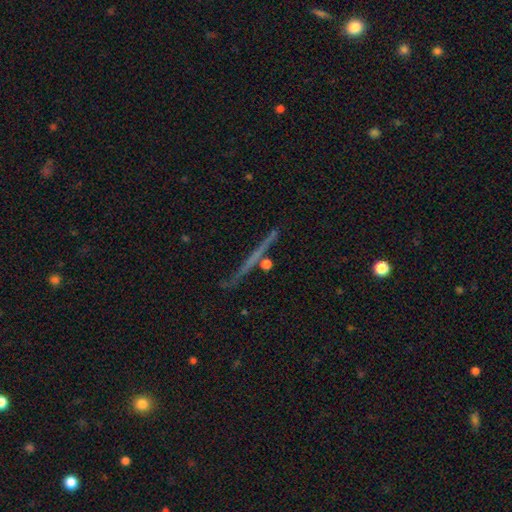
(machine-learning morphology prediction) smooth-or-featured: featured or disk: 65% | smooth: 22% | star or artifact: 12%
  disk-edge-on: yes: 96% | no: 4%
    edge-on-bulge: none: 69% | rounded: 24% | boxy: 7%
  merging: none: 86% | minor disturbance: 8% | merger: 3% | major disturbance: 3%